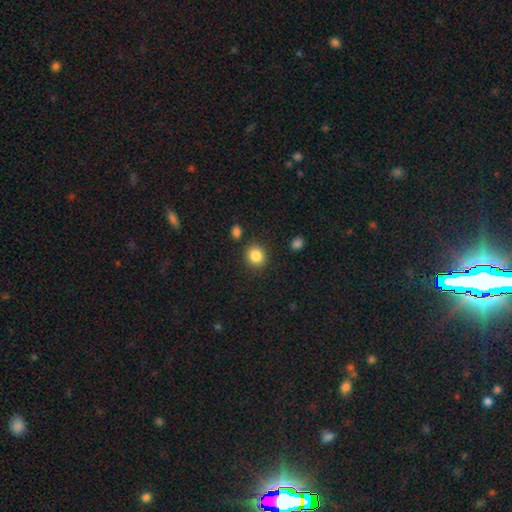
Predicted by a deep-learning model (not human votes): The model was most divided on "how rounded": round: 77%, in between: 22%, cigar-shaped: 1%. More confident: smooth or featured — smooth (86%); merging — none (85%).